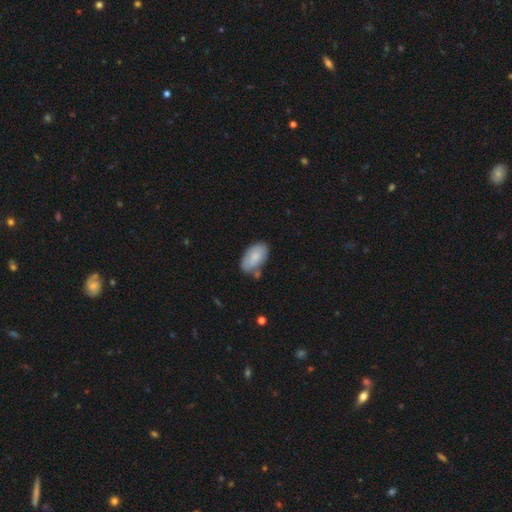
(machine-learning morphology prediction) smooth-or-featured: smooth: 82% | featured or disk: 12% | star or artifact: 6%
  how-rounded: in between: 95% | round: 3% | cigar-shaped: 2%
  merging: none: 64% | minor disturbance: 23% | merger: 9% | major disturbance: 5%